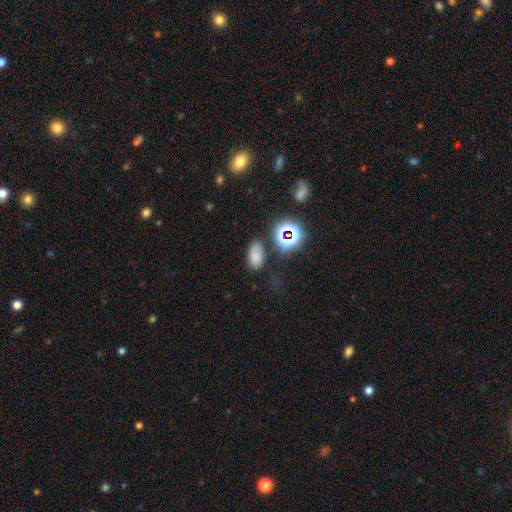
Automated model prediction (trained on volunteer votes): smooth-or-featured: smooth: 70% | star or artifact: 22% | featured or disk: 8%
  how-rounded: in between: 89% | round: 9% | cigar-shaped: 2%
  merging: none: 74% | minor disturbance: 15% | major disturbance: 6% | merger: 6%